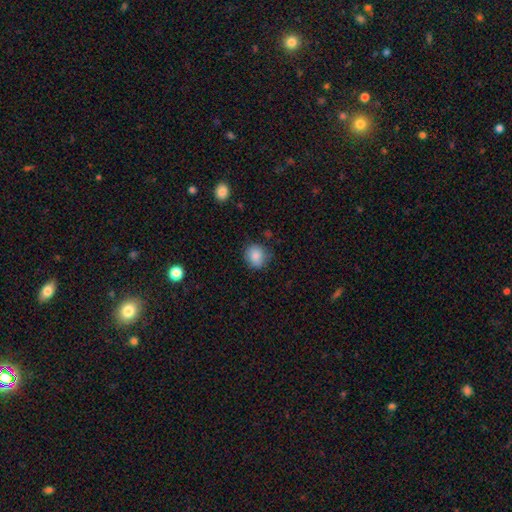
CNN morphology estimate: smooth_or_featured: smooth (p=0.85) [alt: star or artifact p=0.09]
how_rounded: round (p=0.78) [alt: in between p=0.21]
merging: none (p=0.79) [alt: minor disturbance p=0.16]